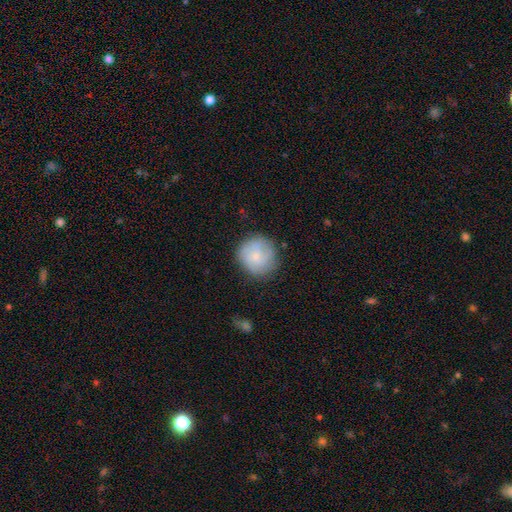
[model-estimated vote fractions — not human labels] Smooth or featured?
  - smooth: 63% *
  - featured or disk: 30%
  - star or artifact: 7%
How rounded?
  - round: 93% *
  - in between: 6%
  - cigar-shaped: 1%
Merging?
  - none: 80% *
  - minor disturbance: 14%
  - major disturbance: 5%
  - merger: 1%